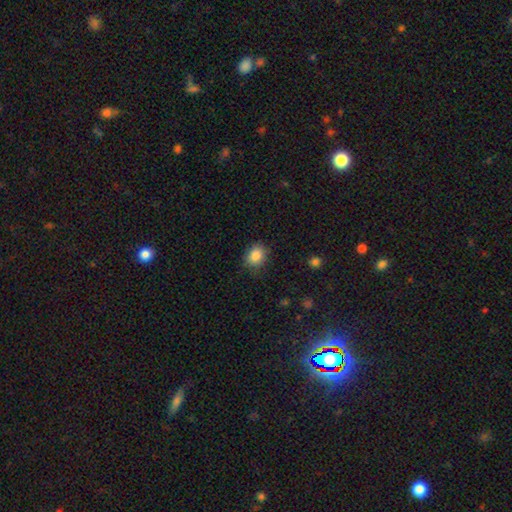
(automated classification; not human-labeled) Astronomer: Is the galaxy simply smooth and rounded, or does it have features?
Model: smooth — 86%.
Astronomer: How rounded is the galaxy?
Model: in between — 52% (runner-up: round, 47%).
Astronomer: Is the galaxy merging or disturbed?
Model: none — 80%.